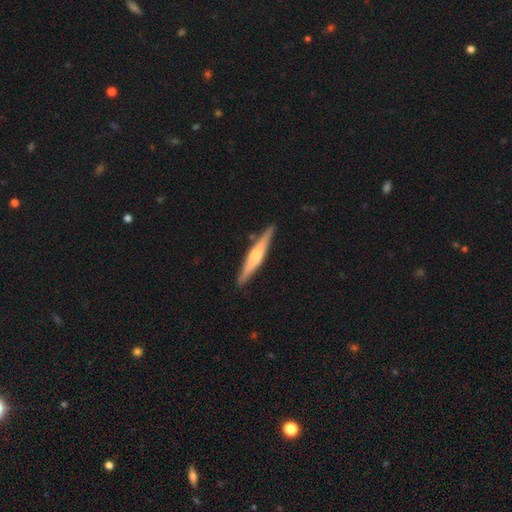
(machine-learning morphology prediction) A featured or disk galaxy (64%) viewed edge-on (98%) with a rounded central bulge (74%). Merging: none (89%).